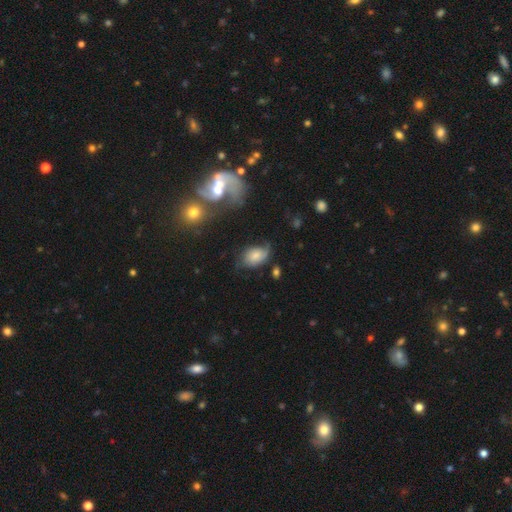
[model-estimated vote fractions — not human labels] Smooth or featured: smooth — 55% (featured or disk — 35%)
How rounded: in between — 84% (round — 15%)
Merging: none — 45% (minor disturbance — 33%)